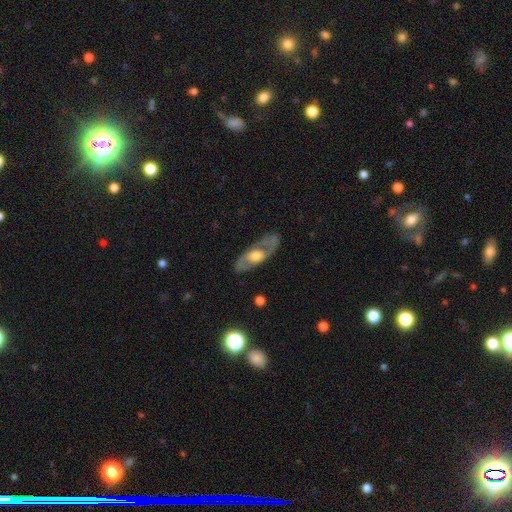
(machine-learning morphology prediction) Smooth or featured? Predicted: featured or disk (p=0.67). Edge-on disk? Predicted: no (p=0.71). Merging? Predicted: none (p=0.76).